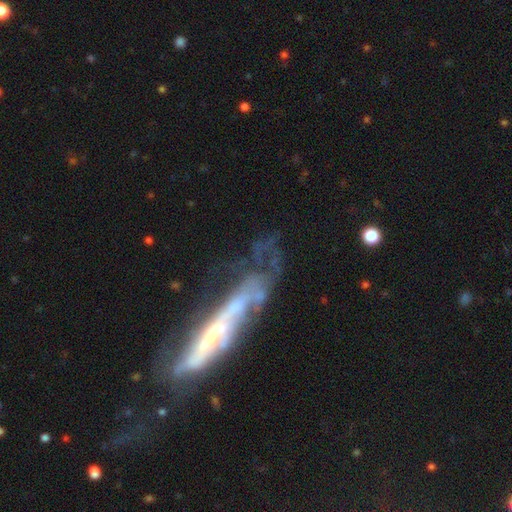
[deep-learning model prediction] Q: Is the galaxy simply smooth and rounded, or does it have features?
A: featured or disk — 72%.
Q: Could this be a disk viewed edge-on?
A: yes — 53%.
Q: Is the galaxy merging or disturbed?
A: none — 43%.